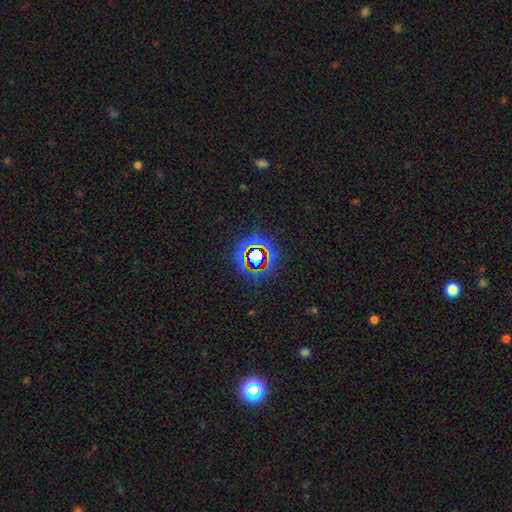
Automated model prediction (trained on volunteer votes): A star or artifact, not a galaxy (71%).

Vote fractions:
- Smooth or featured? star or artifact: 71% / smooth: 17% / featured or disk: 12%